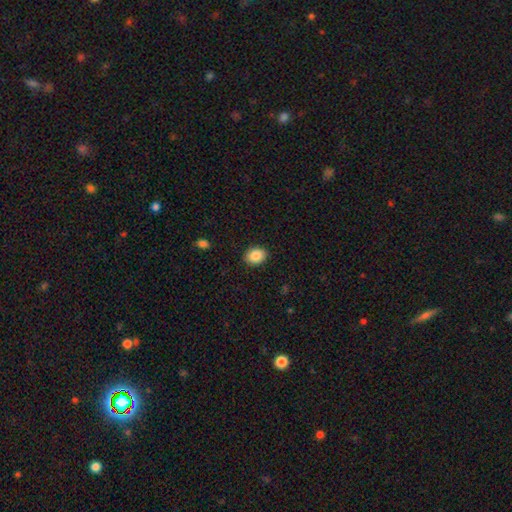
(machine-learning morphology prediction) A smooth galaxy with no disk features (87%) that is in between round and cigar-shaped (61%). Merging: none (90%).